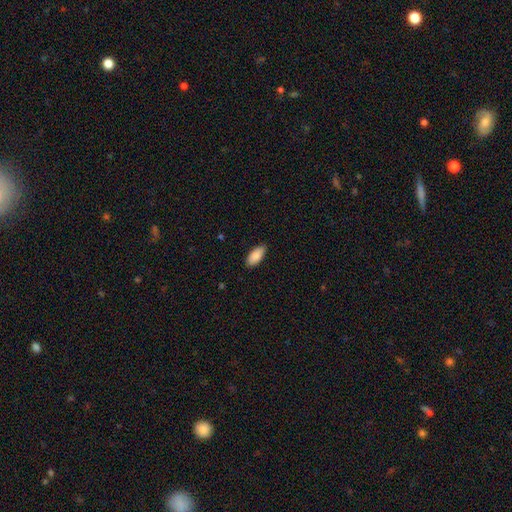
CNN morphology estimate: This is clearly a smooth galaxy (88%). How rounded: clearly in between (91%). Merging: clearly none (86%).